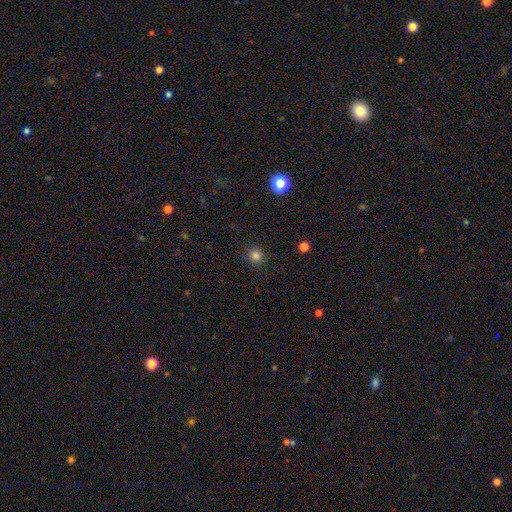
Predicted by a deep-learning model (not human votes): Smooth or featured?
  - smooth: 82% *
  - star or artifact: 14%
  - featured or disk: 4%
How rounded?
  - round: 91% *
  - in between: 8%
  - cigar-shaped: 1%
Merging?
  - none: 87% *
  - minor disturbance: 9%
  - major disturbance: 3%
  - merger: 1%